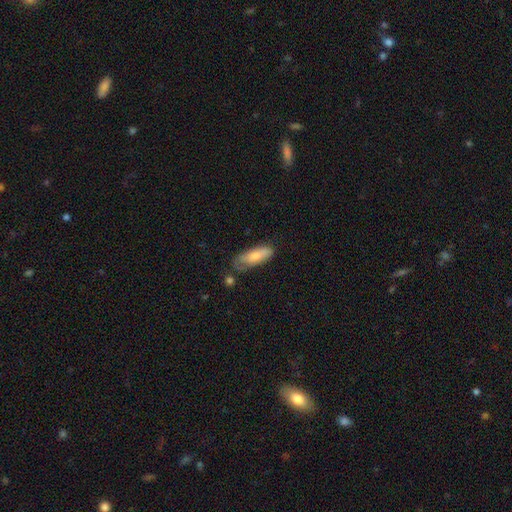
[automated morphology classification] smooth 74%, featured or disk 20%, star or artifact 6%. Down the decision tree: how rounded — in between (62%); merging — none (57%).